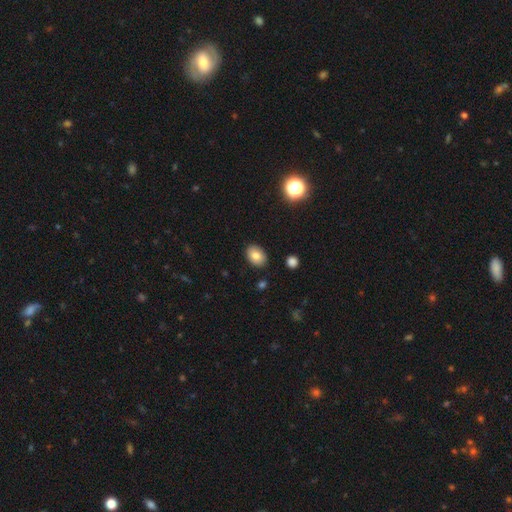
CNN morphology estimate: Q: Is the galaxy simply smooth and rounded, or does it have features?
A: smooth — 80%.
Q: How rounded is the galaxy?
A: in between — 78%.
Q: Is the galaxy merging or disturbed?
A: none — 88%.